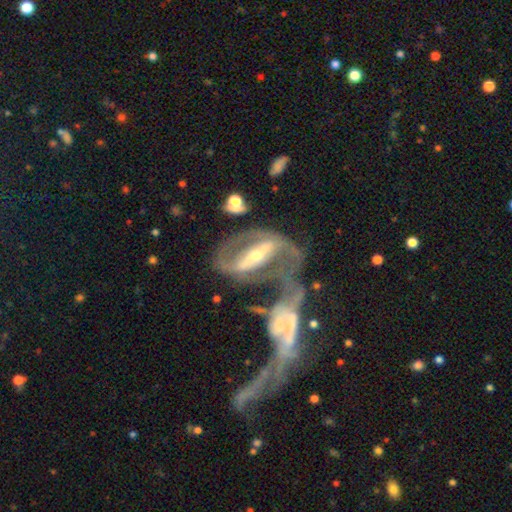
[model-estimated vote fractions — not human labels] Morphology: type=featured or disk (84%); edge-on=no (88%); bar=strong (66%); spiral arms=yes (78%); winding=medium (40%); arm count=2 (74%); bulge=moderate (48%); merging=merger (50%).